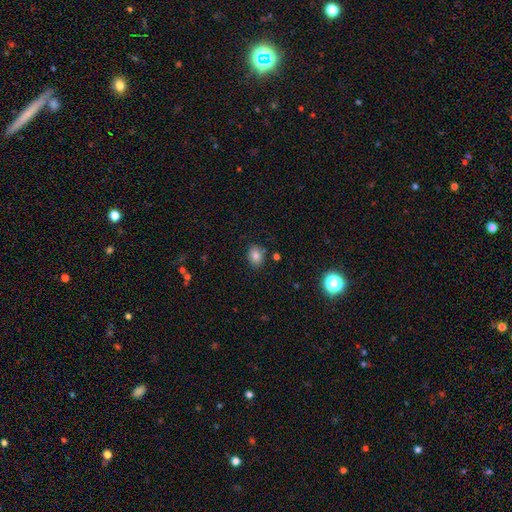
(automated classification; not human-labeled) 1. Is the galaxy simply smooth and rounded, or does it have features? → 80% smooth, 12% star or artifact, 8% featured or disk.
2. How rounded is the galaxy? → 59% in between, 40% round, 1% cigar-shaped.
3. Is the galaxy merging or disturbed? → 82% none, 12% minor disturbance, 4% merger, 3% major disturbance.